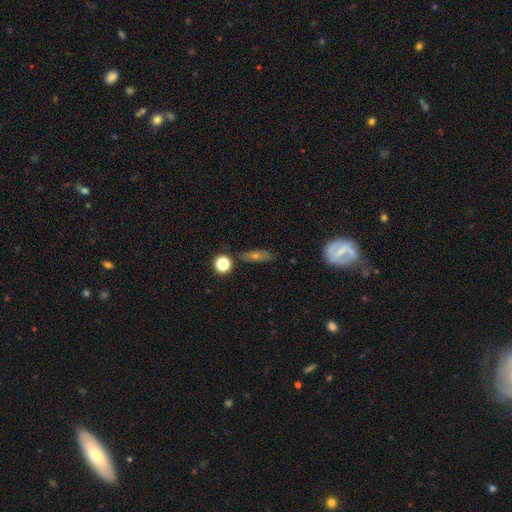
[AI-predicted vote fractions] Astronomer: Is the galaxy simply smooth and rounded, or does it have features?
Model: smooth — 42% (runner-up: featured or disk, 41%).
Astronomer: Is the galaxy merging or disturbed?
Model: none — 78%.